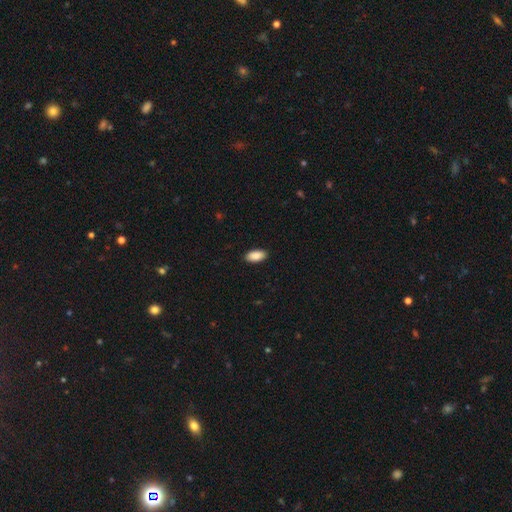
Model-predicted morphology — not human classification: Smooth or featured? Predicted: smooth (p=0.90). How rounded? Predicted: in between (p=0.92). Merging? Predicted: none (p=0.89).